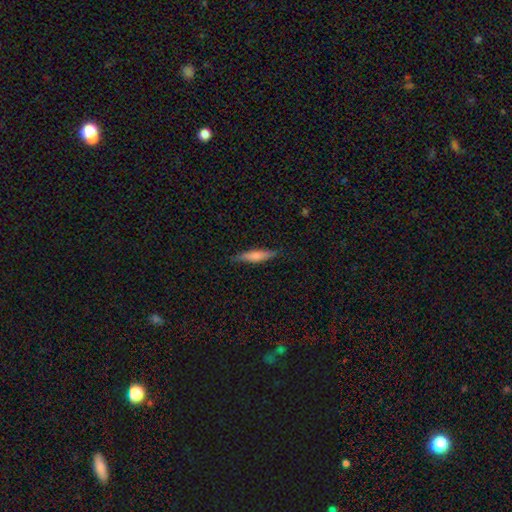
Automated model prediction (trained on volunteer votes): smooth 68%, featured or disk 26%, star or artifact 6%. Down the decision tree: how rounded — cigar-shaped (83%); merging — none (85%).